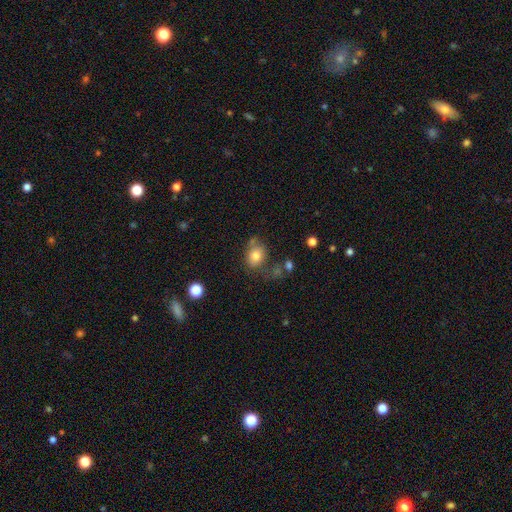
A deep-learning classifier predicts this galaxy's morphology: type=smooth (79%); roundness=round (50%); merging=none (61%).